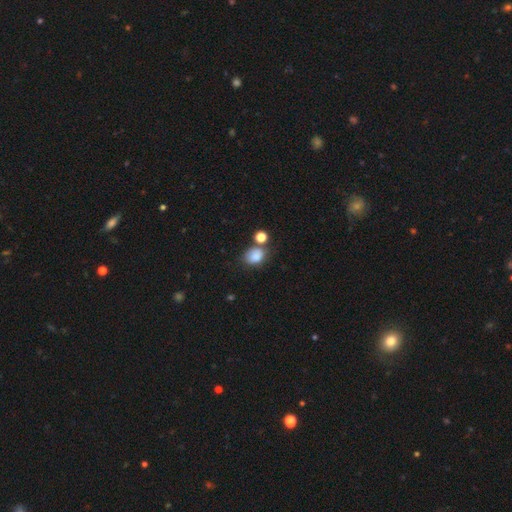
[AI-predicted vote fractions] Q: Smooth or featured?
A: smooth (84%); runner-up: star or artifact (11%)
Q: How rounded?
A: in between (58%); runner-up: round (41%)
Q: Merging?
A: none (57%); runner-up: minor disturbance (19%)